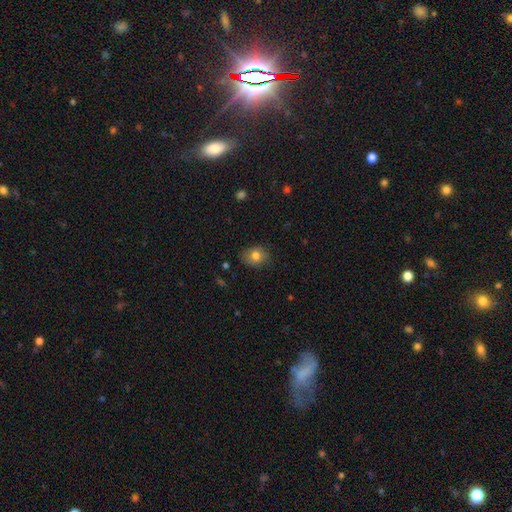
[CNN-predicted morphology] Smooth or featured? smooth (79%)
How rounded? round (55%)
Merging? none (82%)